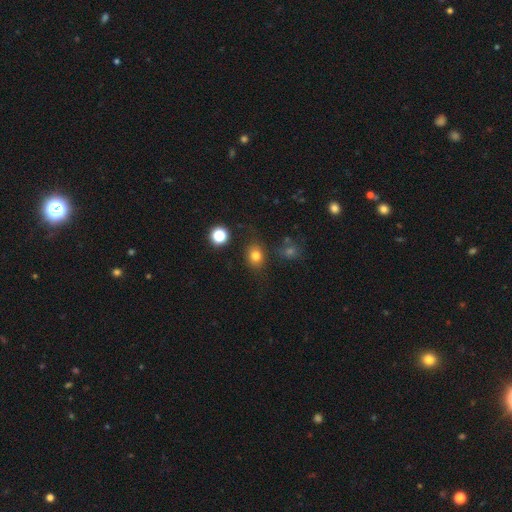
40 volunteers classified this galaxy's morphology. Smooth or featured?
  - smooth: 75% *
  - featured or disk: 12%
  - star or artifact: 12%
How rounded?
  - in between: 50% *
  - round: 47%
  - cigar-shaped: 3%
Merging?
  - none: 71% *
  - minor disturbance: 17%
  - major disturbance: 11%
  - merger: 0%